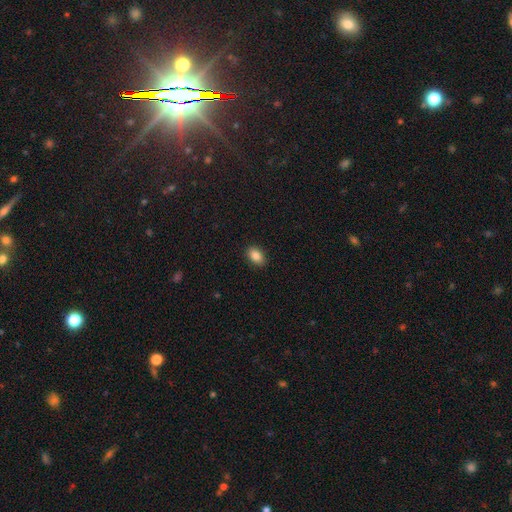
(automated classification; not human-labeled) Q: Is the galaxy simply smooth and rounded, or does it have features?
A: smooth — 87%.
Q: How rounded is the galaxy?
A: in between — 88%.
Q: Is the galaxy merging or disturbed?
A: none — 89%.